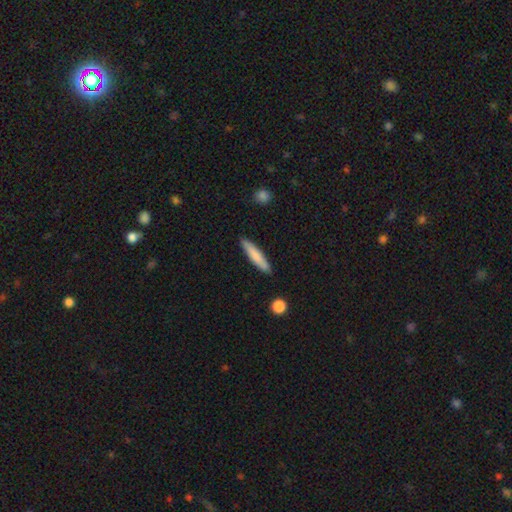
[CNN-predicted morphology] Smooth or featured? smooth (77%)
How rounded? cigar-shaped (88%)
Merging? none (87%)